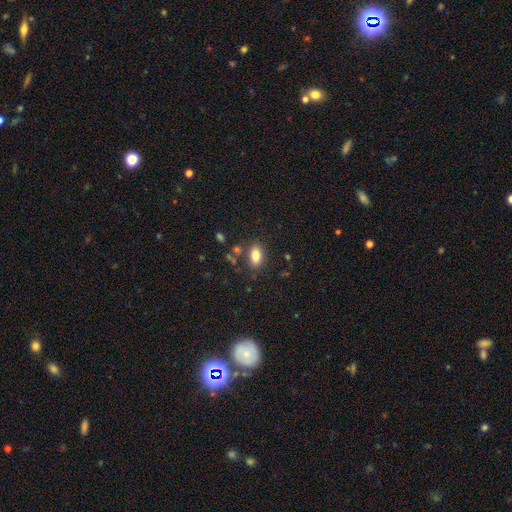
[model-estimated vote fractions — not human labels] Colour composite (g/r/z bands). It shows a smooth galaxy with no disk features (82%) that is in between round and cigar-shaped (88%). Merging: none (80%).